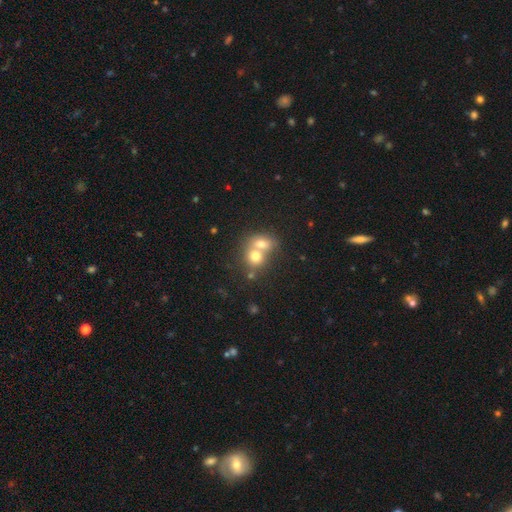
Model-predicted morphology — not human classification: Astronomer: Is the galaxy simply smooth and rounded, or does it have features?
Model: smooth — 70%.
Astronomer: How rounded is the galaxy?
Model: round — 64%.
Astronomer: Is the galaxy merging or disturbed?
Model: merger — 69%.